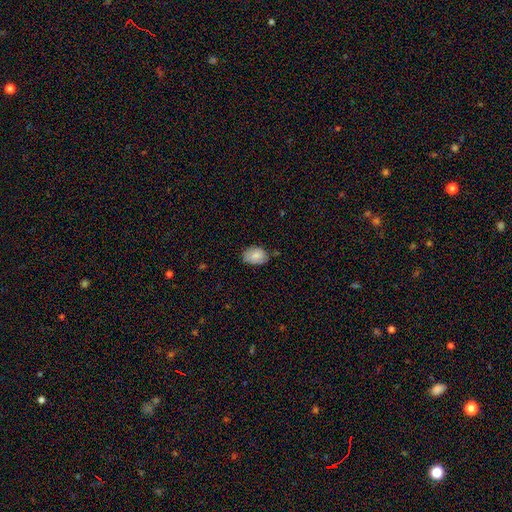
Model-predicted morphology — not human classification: Smooth or featured? Predicted: smooth (p=0.78). How rounded? Predicted: in between (p=0.80). Merging? Predicted: none (p=0.68).